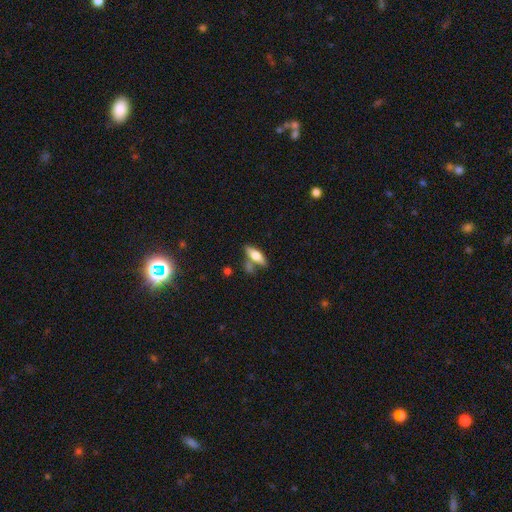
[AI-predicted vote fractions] Smooth or featured?
  - smooth: 55% *
  - featured or disk: 38%
  - star or artifact: 7%
How rounded?
  - in between: 50% *
  - cigar-shaped: 47%
  - round: 3%
Merging?
  - none: 66% *
  - merger: 15%
  - minor disturbance: 14%
  - major disturbance: 4%